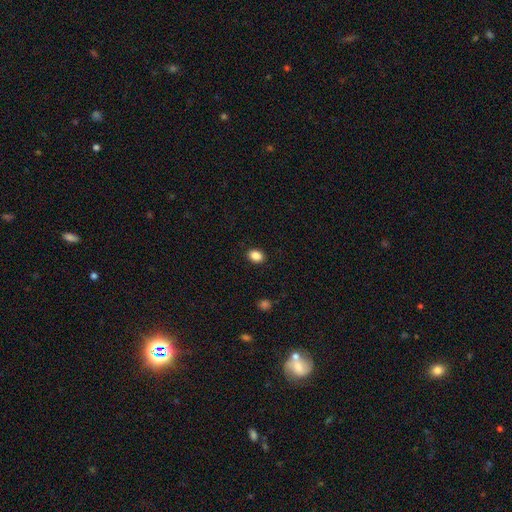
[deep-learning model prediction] The model was most divided on "how rounded": in between: 70%, round: 29%, cigar-shaped: 1%. More confident: merging — none (90%); smooth or featured — smooth (88%).